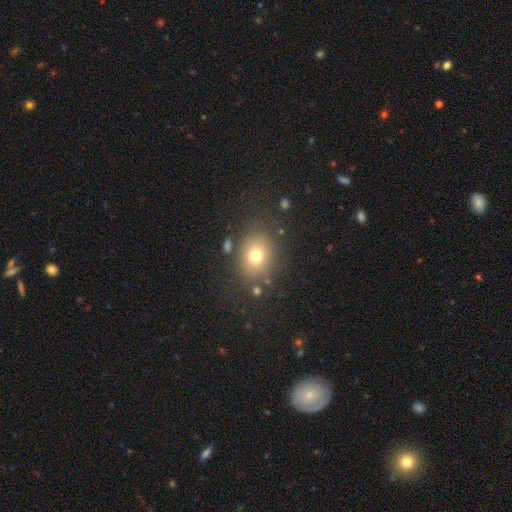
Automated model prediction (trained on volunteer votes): smooth-or-featured: smooth: 73% | star or artifact: 14% | featured or disk: 12%
  how-rounded: round: 54% | in between: 45% | cigar-shaped: 1%
  merging: none: 78% | minor disturbance: 12% | major disturbance: 6% | merger: 4%